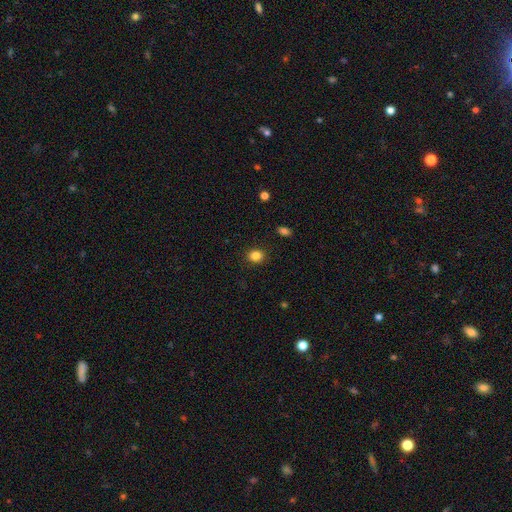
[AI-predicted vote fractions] A smooth galaxy with no disk features (85%) that is round (73%).

Vote fractions:
- Smooth or featured? smooth: 85% / star or artifact: 11% / featured or disk: 5%
- How rounded? round: 73% / in between: 26% / cigar-shaped: 1%
- Merging? none: 90% / minor disturbance: 7% / major disturbance: 2% / merger: 1%